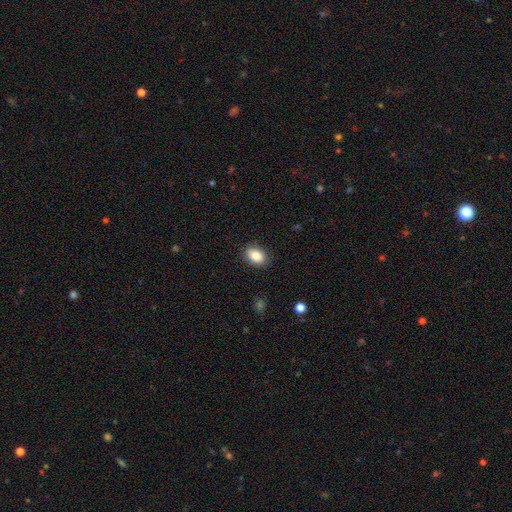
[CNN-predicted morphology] Smooth or featured? smooth (87%)
How rounded? in between (84%)
Merging? none (86%)